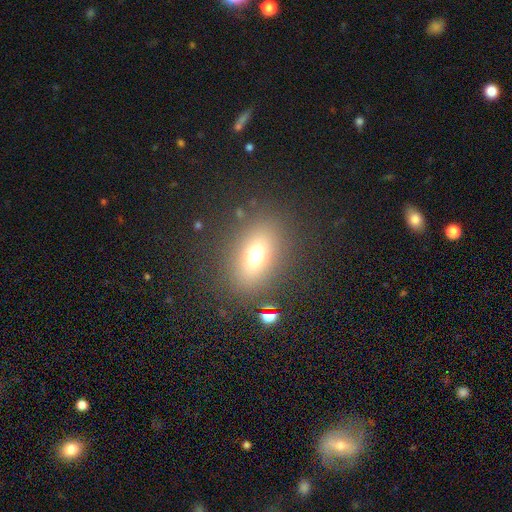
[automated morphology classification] This is likely a smooth galaxy (66%). How rounded: likely in between (64%). Merging: clearly none (83%).